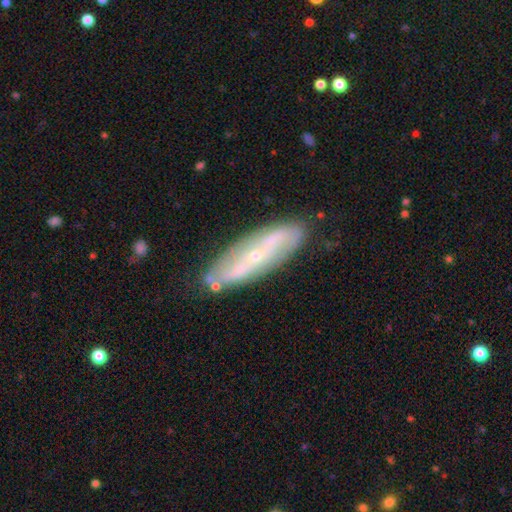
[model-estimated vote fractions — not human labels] Morphology: type=featured or disk (72%); edge-on=no (72%); bar=no (46%); spiral arms=yes (69%); bulge=small (76%); merging=none (78%).